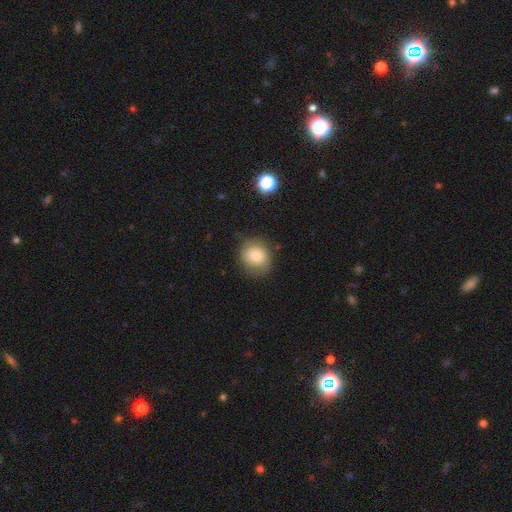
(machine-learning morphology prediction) Smooth or featured?
  - smooth: 79% *
  - featured or disk: 12%
  - star or artifact: 9%
How rounded?
  - round: 83% *
  - in between: 16%
  - cigar-shaped: 1%
Merging?
  - none: 80% *
  - minor disturbance: 14%
  - major disturbance: 5%
  - merger: 2%